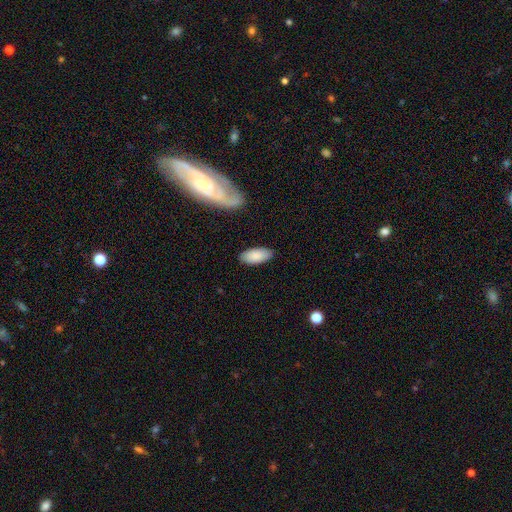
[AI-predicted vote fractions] A smooth galaxy with no disk features (86%) that is in between round and cigar-shaped (90%). Merging: none (86%).